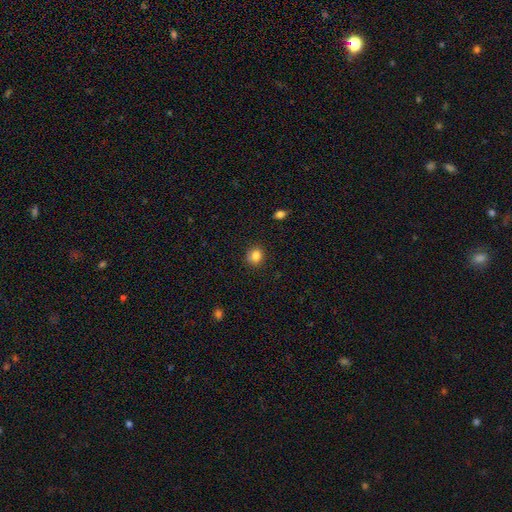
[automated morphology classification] Smooth or featured? Predicted: smooth (p=0.84). How rounded? Predicted: round (p=0.79). Merging? Predicted: none (p=0.88).